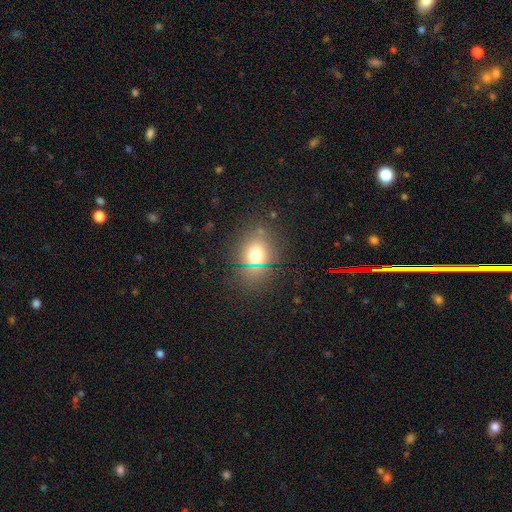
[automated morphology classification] type=smooth (67%); roundness=round (62%); merging=none (77%).